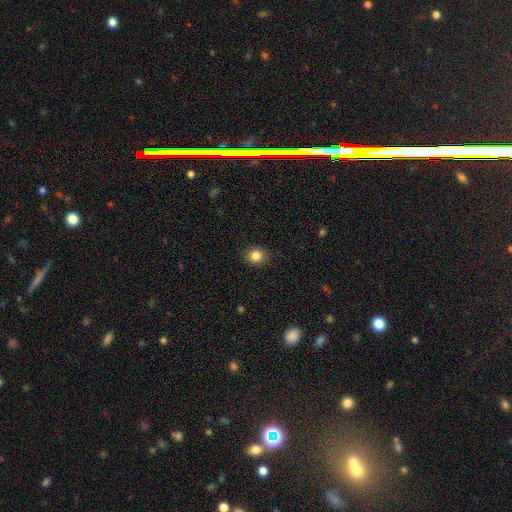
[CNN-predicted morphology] Overall: smooth (84%). How rounded: round (68%; in between 31%). Merging: none (88%).